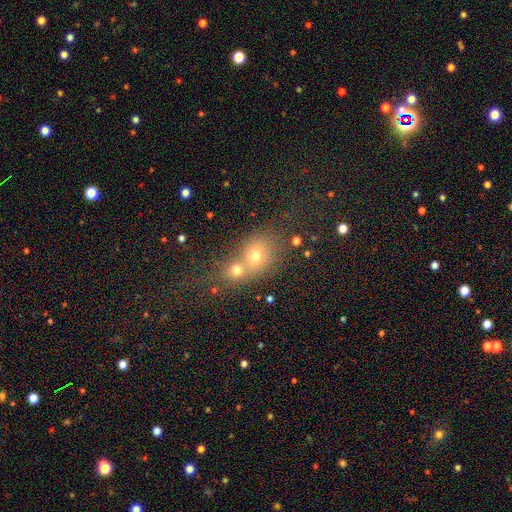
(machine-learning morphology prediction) Q: Smooth or featured?
A: smooth (67%); runner-up: star or artifact (17%)
Q: How rounded?
A: round (61%); runner-up: in between (37%)
Q: Merging?
A: merger (56%); runner-up: none (33%)